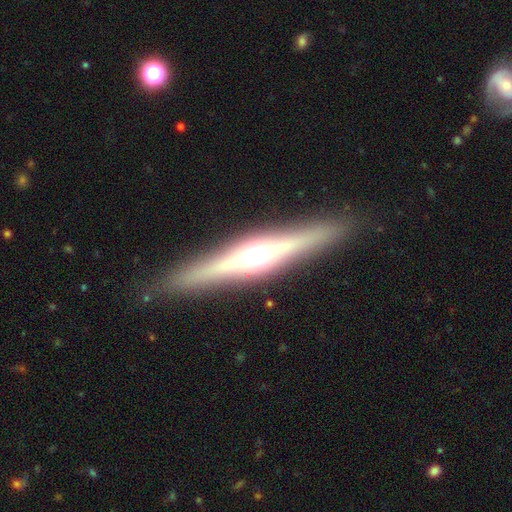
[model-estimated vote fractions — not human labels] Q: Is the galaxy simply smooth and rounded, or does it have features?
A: featured or disk — 74%.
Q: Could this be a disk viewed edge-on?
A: yes — 97%.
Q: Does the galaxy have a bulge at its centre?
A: rounded — 89%.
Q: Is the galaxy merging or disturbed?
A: none — 90%.